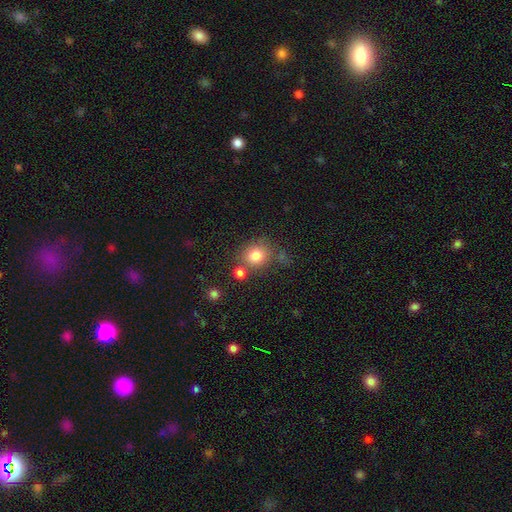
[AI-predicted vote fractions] smooth_or_featured: smooth (p=0.79) [alt: star or artifact p=0.12]
how_rounded: round (p=0.81) [alt: in between p=0.18]
merging: none (p=0.68) [alt: merger p=0.14]